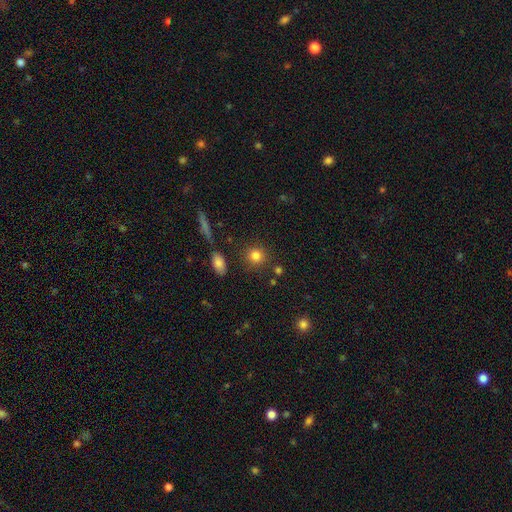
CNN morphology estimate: smooth_or_featured: smooth (p=0.82) [alt: star or artifact p=0.11]
how_rounded: round (p=0.87) [alt: in between p=0.11]
merging: none (p=0.83) [alt: minor disturbance p=0.09]